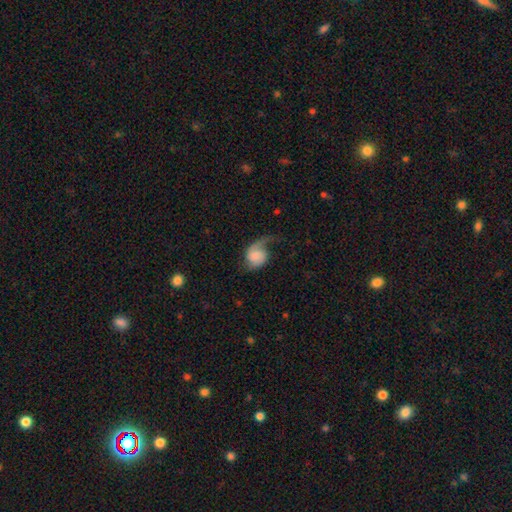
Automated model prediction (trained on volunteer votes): A featured or disk galaxy (57%) with no bar (74%), 1 (50%) loose (69%) spiral arms (91%) and a small central bulge (30%). Merging: major disturbance (38%).